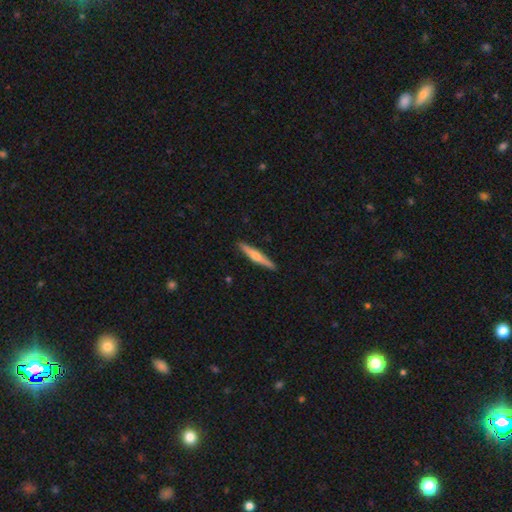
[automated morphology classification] featured or disk 58%, smooth 37%, star or artifact 5%. Down the decision tree: edge-on disk — yes (97%); edge-on bulge — rounded (88%); merging — none (92%).